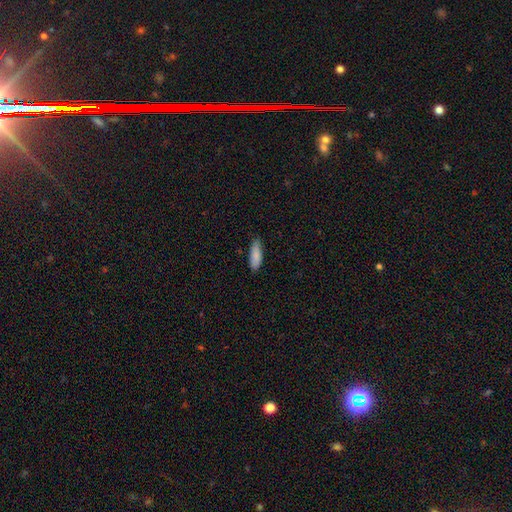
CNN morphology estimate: Smooth or featured? smooth (87%)
How rounded? in between (60%)
Merging? none (81%)